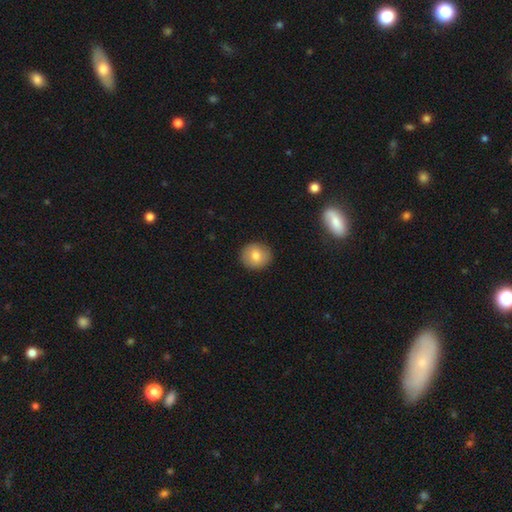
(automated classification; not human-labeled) Smooth or featured: smooth — 77% (featured or disk — 14%)
How rounded: round — 87% (in between — 12%)
Merging: none — 90% (minor disturbance — 7%)